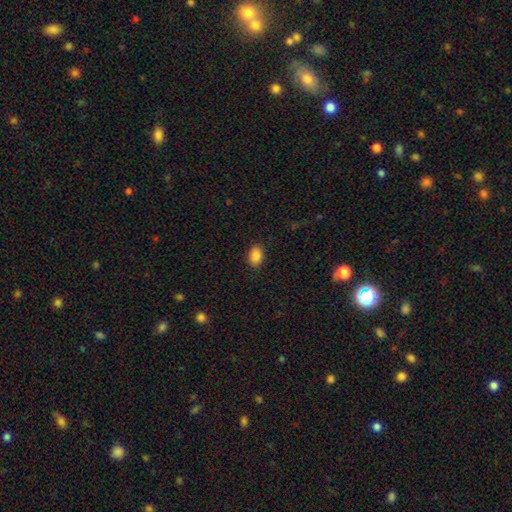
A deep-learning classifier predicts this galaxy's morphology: Smooth or featured? smooth (87%)
How rounded? in between (84%)
Merging? none (87%)